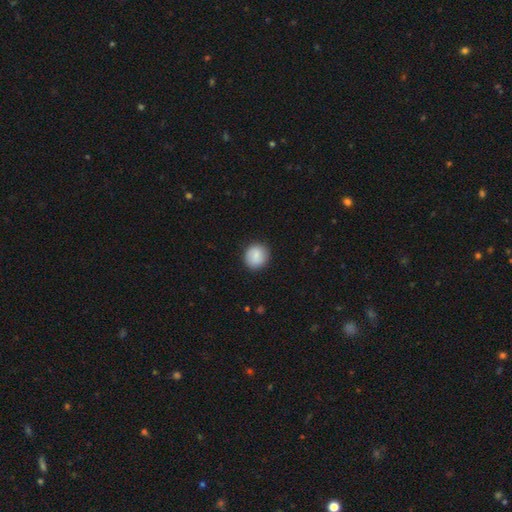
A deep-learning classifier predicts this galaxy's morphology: Smooth or featured: smooth — 85% (featured or disk — 8%)
How rounded: round — 88% (in between — 11%)
Merging: none — 90% (minor disturbance — 7%)